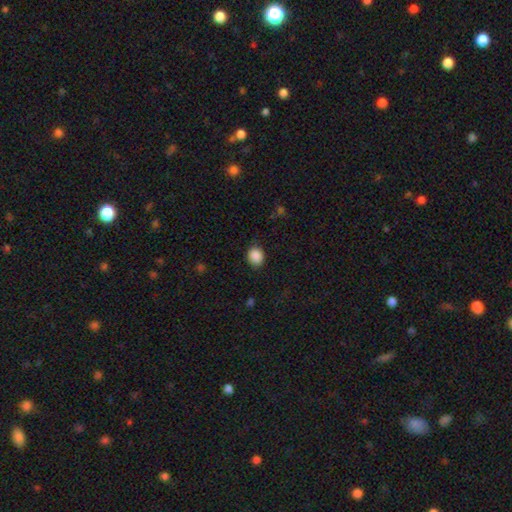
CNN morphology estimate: Overall: smooth (88%). How rounded: round (61%; in between 38%). Merging: none (83%).